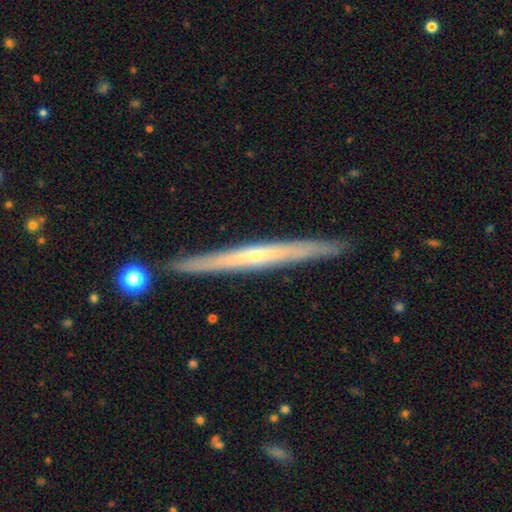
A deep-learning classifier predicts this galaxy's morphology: type=featured or disk (74%); edge-on=yes (96%); edge-on bulge=none (49%); merging=none (90%).